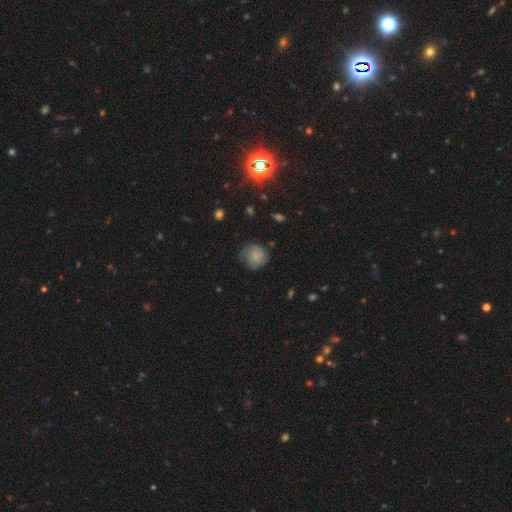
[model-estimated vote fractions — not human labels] This is likely a smooth galaxy (65%). How rounded: clearly round (84%). Merging: likely none (66%).